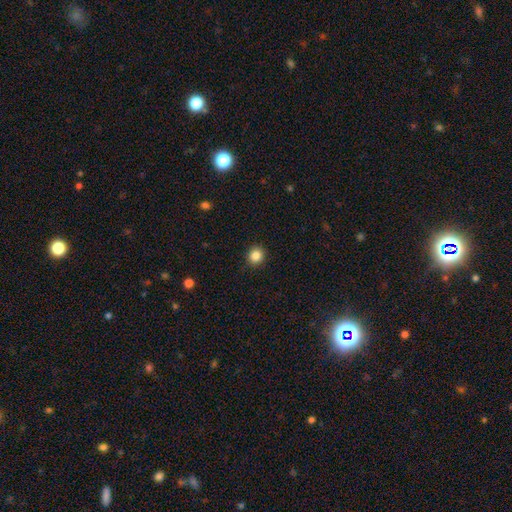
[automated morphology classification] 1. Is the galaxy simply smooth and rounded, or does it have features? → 85% smooth, 11% star or artifact, 4% featured or disk.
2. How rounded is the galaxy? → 87% round, 13% in between, 1% cigar-shaped.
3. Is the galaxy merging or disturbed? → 91% none, 6% minor disturbance, 2% major disturbance, 1% merger.